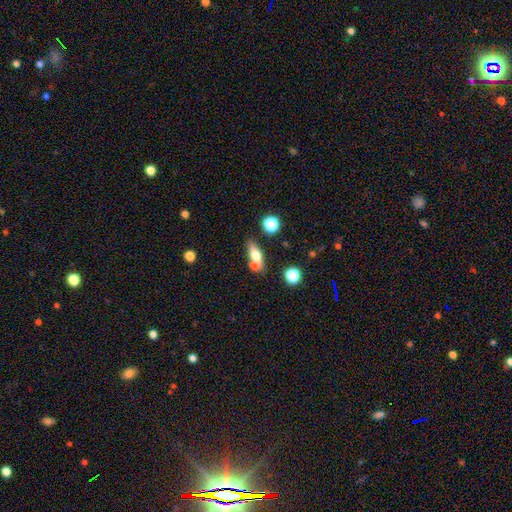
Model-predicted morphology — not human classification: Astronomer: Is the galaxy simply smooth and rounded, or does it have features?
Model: smooth — 64%.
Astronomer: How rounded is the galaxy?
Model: in between — 64%.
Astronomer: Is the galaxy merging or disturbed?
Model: none — 57%.